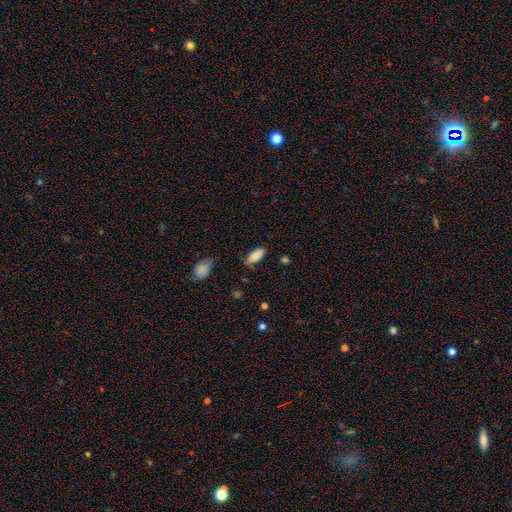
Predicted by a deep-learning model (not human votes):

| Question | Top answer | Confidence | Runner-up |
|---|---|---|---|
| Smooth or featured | smooth | 87% | star or artifact (7%) |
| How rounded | in between | 91% | cigar-shaped (7%) |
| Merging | none | 75% | minor disturbance (19%) |